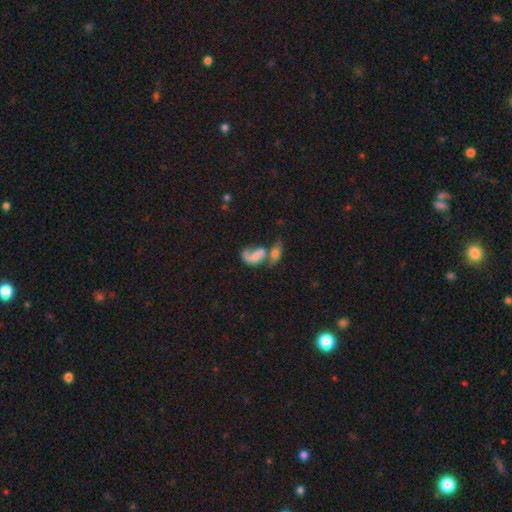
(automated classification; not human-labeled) Smooth or featured: featured or disk — 48% (smooth — 41%)
Merging: merger — 62% (none — 16%)